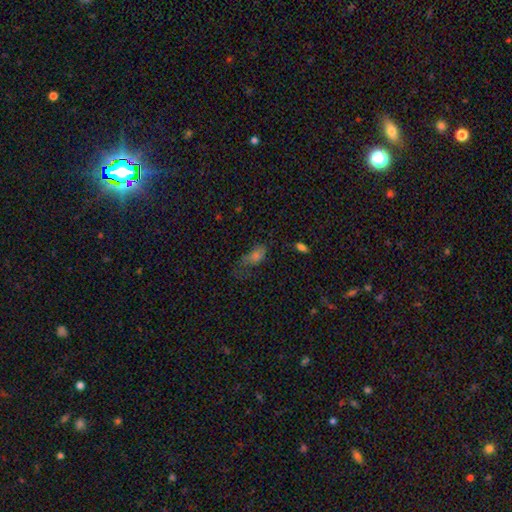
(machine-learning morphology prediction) smooth-or-featured: smooth: 60% | star or artifact: 22% | featured or disk: 17%
  how-rounded: in between: 78% | cigar-shaped: 13% | round: 9%
  merging: none: 39% | major disturbance: 30% | minor disturbance: 27% | merger: 4%